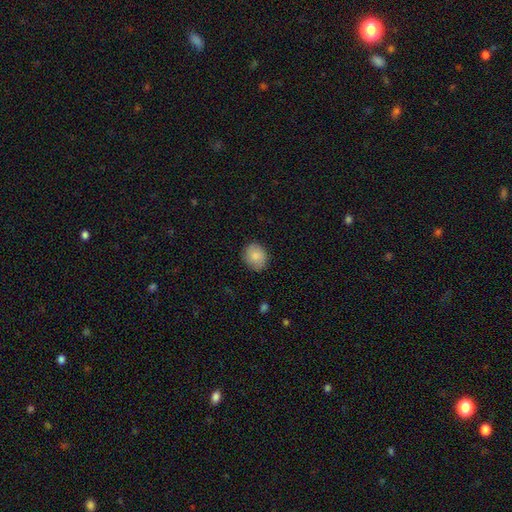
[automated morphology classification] smooth 86%, star or artifact 7%, featured or disk 7%. Down the decision tree: how rounded — round (67%); merging — none (85%).